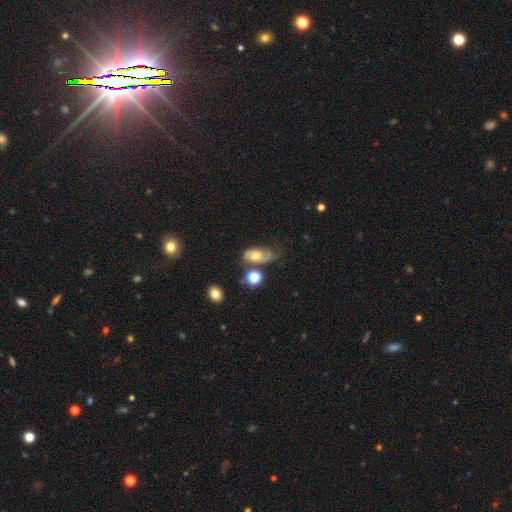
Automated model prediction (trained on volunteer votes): Smooth or featured? Predicted: featured or disk (p=0.51). Edge-on disk? Predicted: no (p=0.92). Merging? Predicted: none (p=0.36).